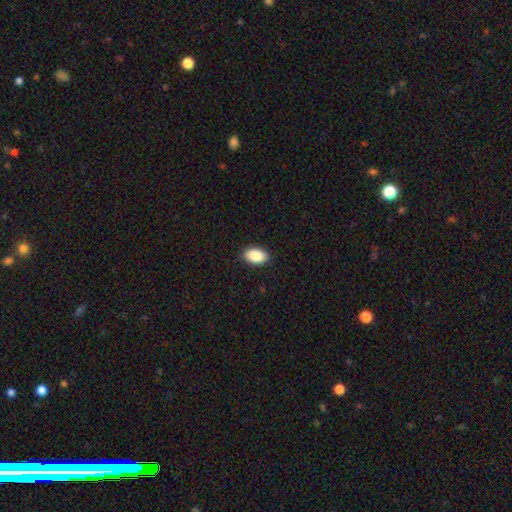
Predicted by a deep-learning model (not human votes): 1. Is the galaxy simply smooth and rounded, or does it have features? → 89% smooth, 7% star or artifact, 4% featured or disk.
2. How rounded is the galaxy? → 93% in between, 6% round, 2% cigar-shaped.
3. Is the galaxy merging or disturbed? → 90% none, 8% minor disturbance, 2% major disturbance, 1% merger.